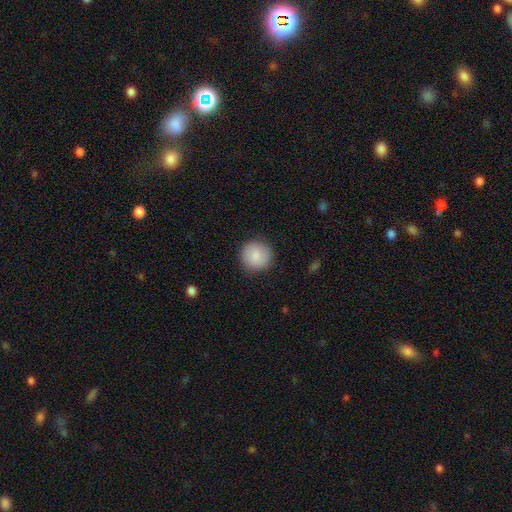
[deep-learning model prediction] Smooth or featured? Predicted: smooth (p=0.85). How rounded? Predicted: round (p=0.94). Merging? Predicted: none (p=0.88).